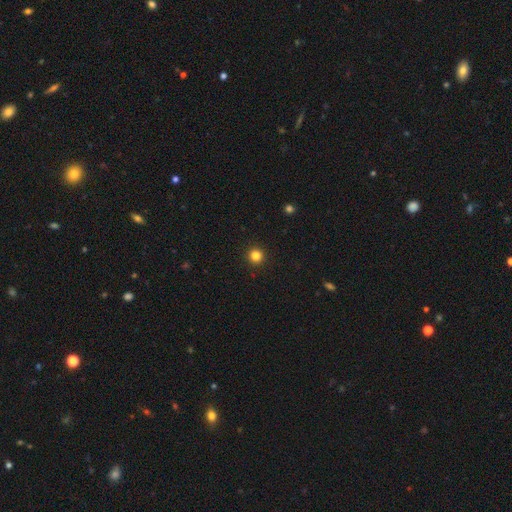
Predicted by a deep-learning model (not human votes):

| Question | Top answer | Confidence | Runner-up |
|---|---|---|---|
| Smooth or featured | smooth | 84% | star or artifact (12%) |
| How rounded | round | 95% | in between (4%) |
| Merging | none | 93% | minor disturbance (4%) |